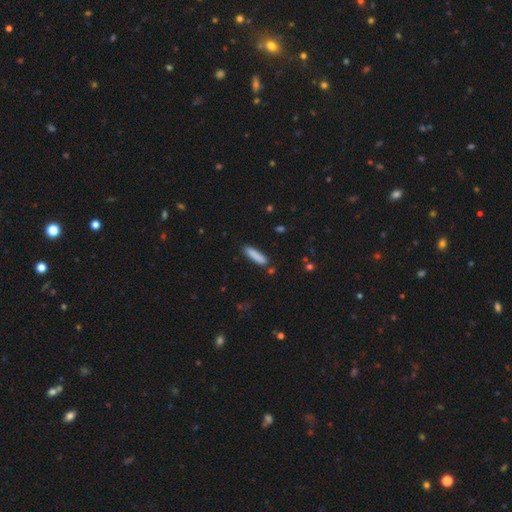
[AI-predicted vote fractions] Smooth or featured? Predicted: smooth (p=0.87). How rounded? Predicted: cigar-shaped (p=0.80). Merging? Predicted: none (p=0.84).